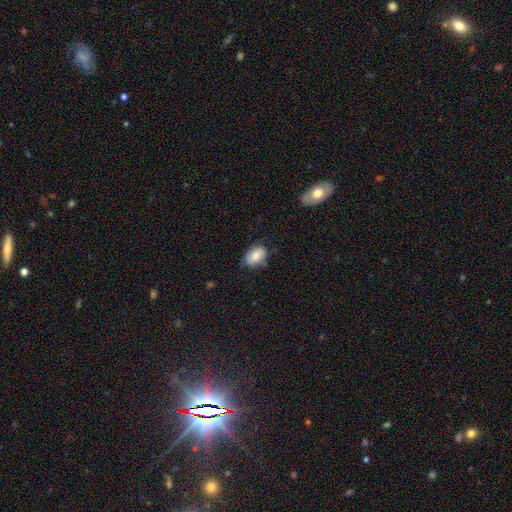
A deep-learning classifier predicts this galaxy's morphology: Overall: smooth (78%). How rounded: in between (83%). Merging: none (70%).